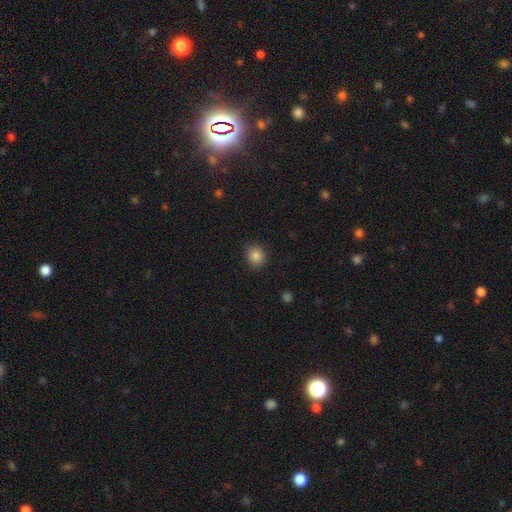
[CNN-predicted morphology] Overall: smooth (84%). How rounded: round (83%). Merging: none (88%).